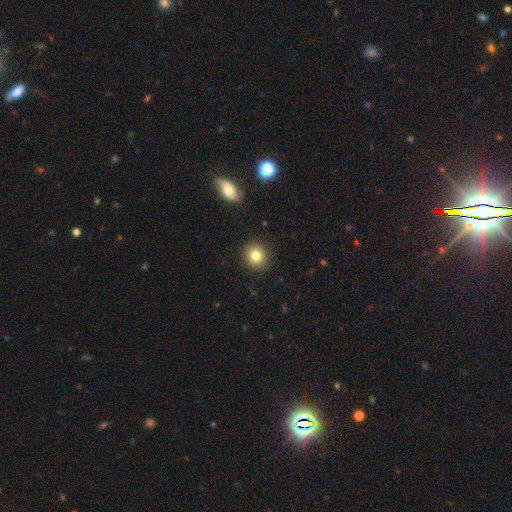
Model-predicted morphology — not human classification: A smooth galaxy with no disk features (82%) that is round (87%). Merging: none (91%).